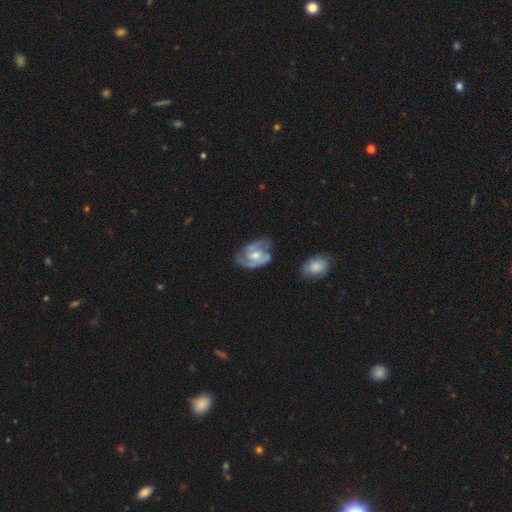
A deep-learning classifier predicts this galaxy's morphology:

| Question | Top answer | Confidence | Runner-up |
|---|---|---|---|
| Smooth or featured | featured or disk | 81% | smooth (14%) |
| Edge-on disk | no | 97% | yes (3%) |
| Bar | no | 50% | weak (41%) |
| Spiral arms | yes | 93% | no (7%) |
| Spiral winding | medium | 50% | tight (34%) |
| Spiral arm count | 2 | 72% | 3 (11%) |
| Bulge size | moderate | 58% | small (32%) |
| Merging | none | 62% | minor disturbance (24%) |